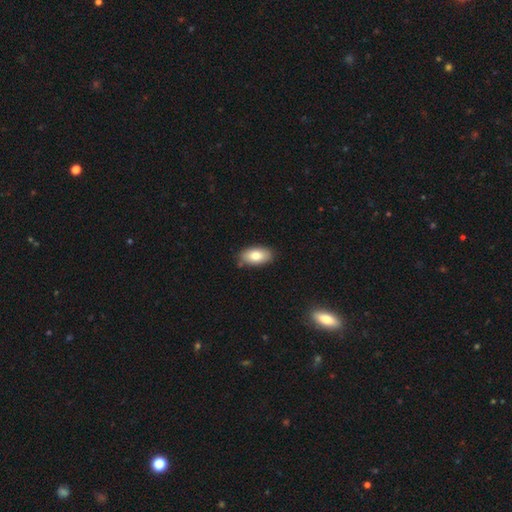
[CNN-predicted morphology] smooth-or-featured: smooth: 81% | featured or disk: 12% | star or artifact: 7%
  how-rounded: in between: 93% | round: 3% | cigar-shaped: 3%
  merging: none: 83% | minor disturbance: 12% | major disturbance: 2% | merger: 2%